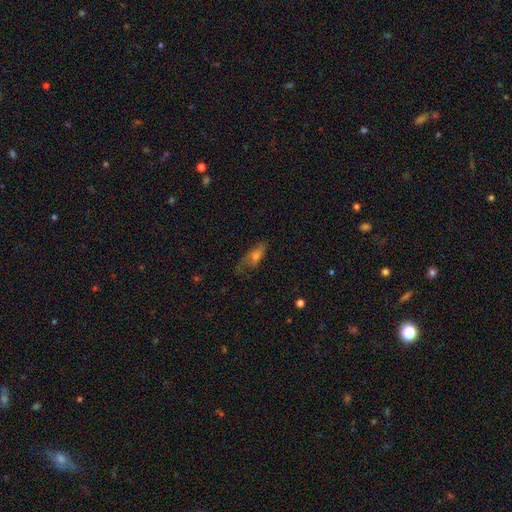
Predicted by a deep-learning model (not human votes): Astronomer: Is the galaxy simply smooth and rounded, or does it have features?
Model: smooth — 46% (runner-up: featured or disk, 41%).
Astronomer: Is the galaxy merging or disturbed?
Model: none — 53%.